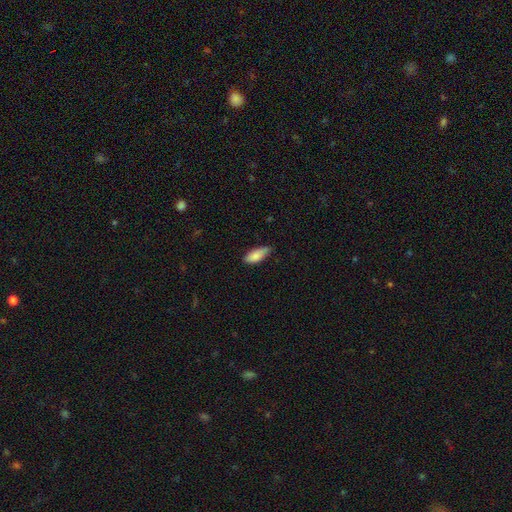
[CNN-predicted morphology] Smooth or featured? Predicted: smooth (p=0.84). How rounded? Predicted: in between (p=0.79). Merging? Predicted: none (p=0.67).